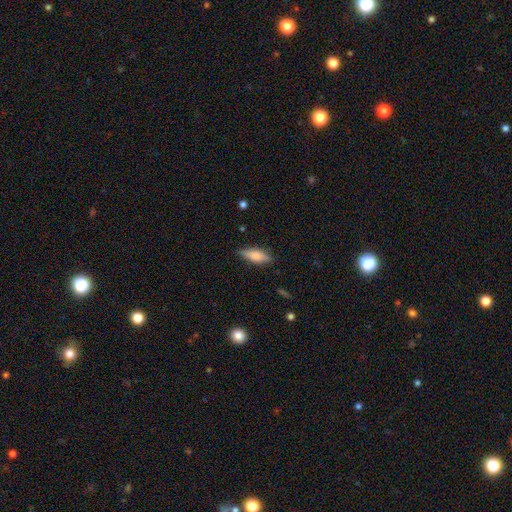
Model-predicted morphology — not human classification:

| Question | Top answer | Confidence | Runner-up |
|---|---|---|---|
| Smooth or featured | smooth | 71% | featured or disk (22%) |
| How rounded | in between | 64% | cigar-shaped (33%) |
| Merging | none | 82% | minor disturbance (13%) |